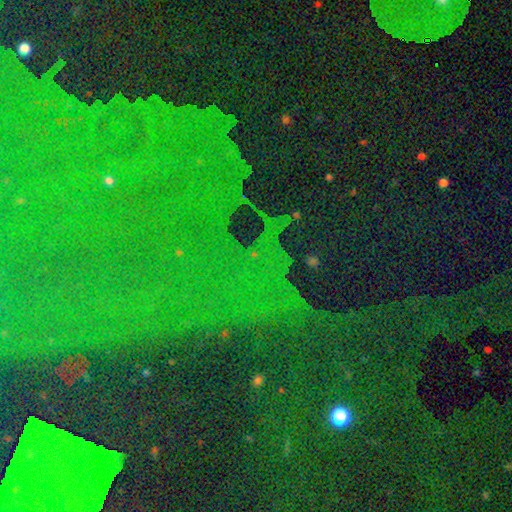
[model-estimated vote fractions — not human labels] A star or artifact, not a galaxy (85%).

Vote fractions:
- Smooth or featured? star or artifact: 85% / featured or disk: 8% / smooth: 7%